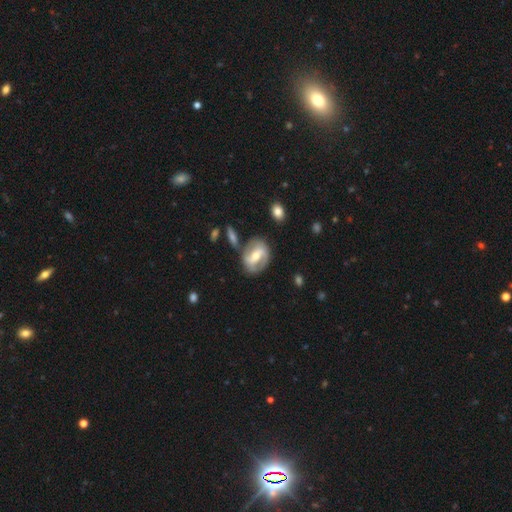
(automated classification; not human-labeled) A featured or disk galaxy (71%) with a strong bar (48%), 2 (79%) medium (43%) spiral arms (75%) and a moderate central bulge (61%).

Vote fractions:
- Smooth or featured? featured or disk: 71% / smooth: 23% / star or artifact: 6%
- Edge-on disk? no: 94% / yes: 6%
- Bar? strong: 48% / weak: 35% / no: 17%
- Spiral arms? yes: 75% / no: 25%
- Spiral winding? medium: 43% / tight: 33% / loose: 24%
- Spiral arm count? 2: 79% / can't tell: 12% / 1: 5% / 3: 2% / 4: 1% / more than 4: 1%
- Bulge size? moderate: 61% / small: 32% / large: 5% / none: 1% / dominant: 1%
- Merging? none: 69% / minor disturbance: 16% / merger: 8% / major disturbance: 7%